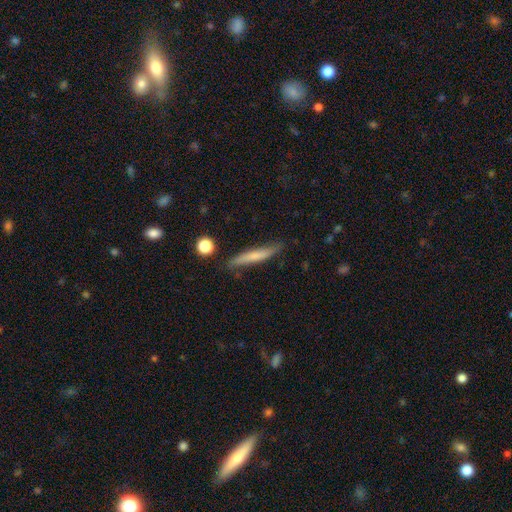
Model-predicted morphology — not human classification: Smooth or featured?
  - smooth: 65% *
  - featured or disk: 29%
  - star or artifact: 7%
How rounded?
  - cigar-shaped: 92% *
  - in between: 6%
  - round: 2%
Merging?
  - none: 77% *
  - minor disturbance: 16%
  - major disturbance: 3%
  - merger: 3%